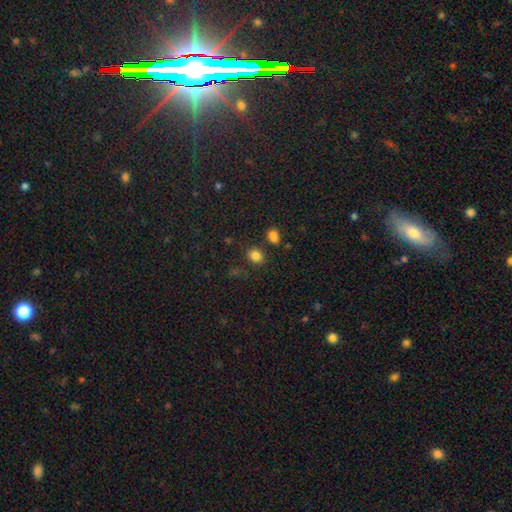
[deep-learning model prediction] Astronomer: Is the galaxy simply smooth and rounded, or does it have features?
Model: smooth — 83%.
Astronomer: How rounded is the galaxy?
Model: round — 54% (runner-up: in between, 45%).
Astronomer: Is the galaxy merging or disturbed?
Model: none — 79%.